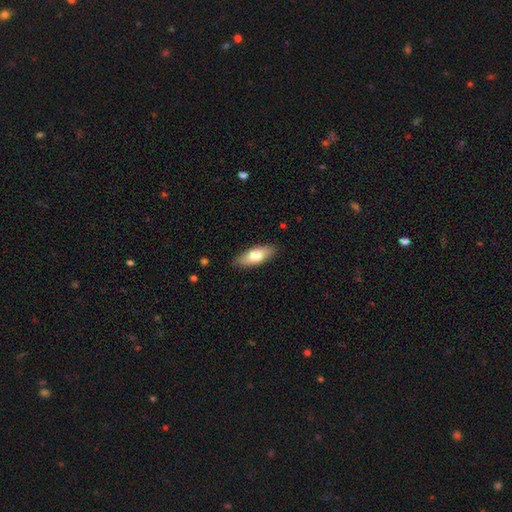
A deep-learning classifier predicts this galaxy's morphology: Q: Smooth or featured?
A: smooth (70%); runner-up: featured or disk (24%)
Q: How rounded?
A: in between (73%); runner-up: cigar-shaped (25%)
Q: Merging?
A: none (87%); runner-up: minor disturbance (10%)